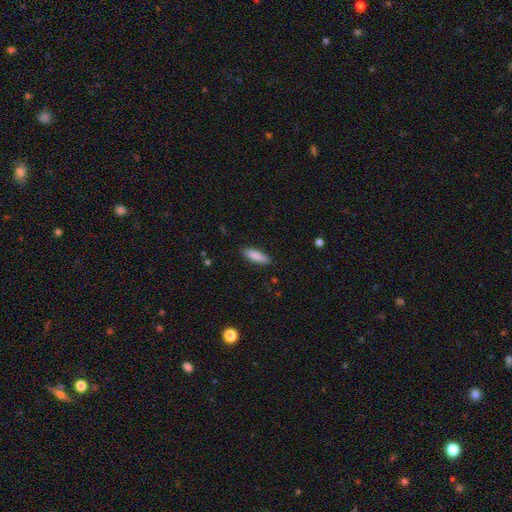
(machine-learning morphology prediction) Overall: smooth (86%). How rounded: cigar-shaped (56%; in between 43%). Merging: none (88%).